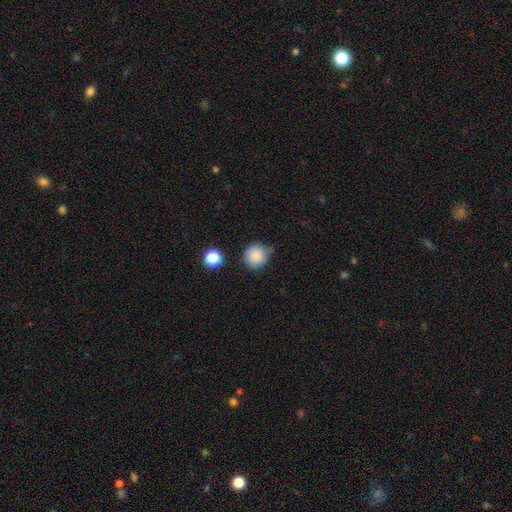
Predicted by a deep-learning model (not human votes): This is clearly a smooth galaxy (86%). How rounded: clearly round (90%). Merging: likely none (73%).